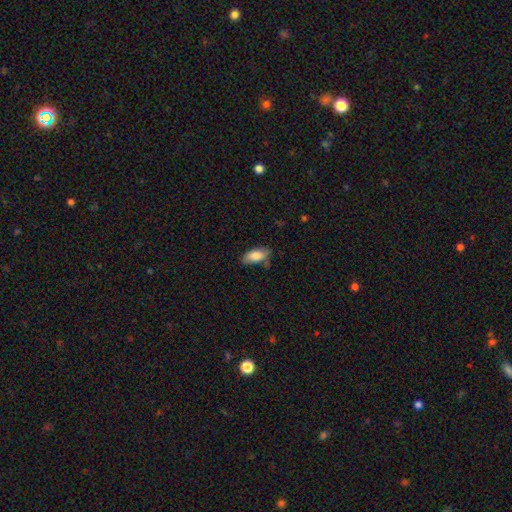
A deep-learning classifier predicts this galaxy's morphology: A smooth galaxy with no disk features (81%) that is in between round and cigar-shaped (89%). Merging: none (61%).